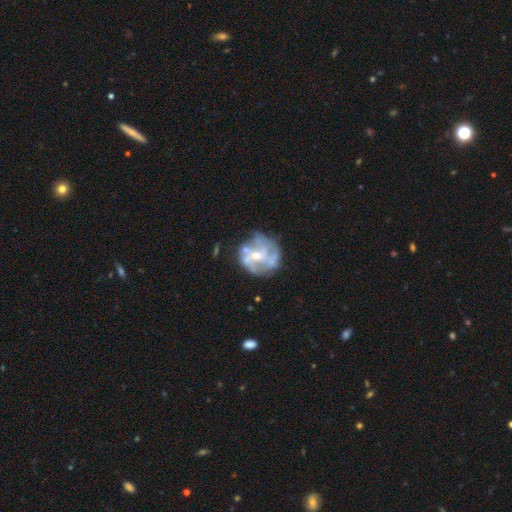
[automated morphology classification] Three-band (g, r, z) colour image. It shows a featured or disk galaxy (73%) with no bar (63%), spiral arms (54%) and a small central bulge (56%). Merging: none (57%).